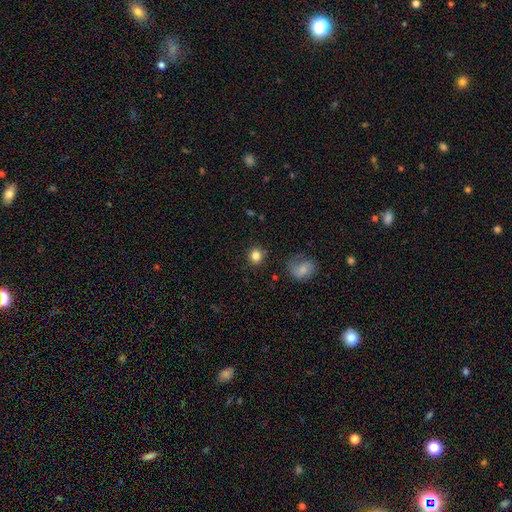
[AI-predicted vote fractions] smooth-or-featured: smooth: 82% | star or artifact: 11% | featured or disk: 7%
  how-rounded: round: 88% | in between: 11% | cigar-shaped: 1%
  merging: none: 86% | minor disturbance: 9% | major disturbance: 3% | merger: 2%